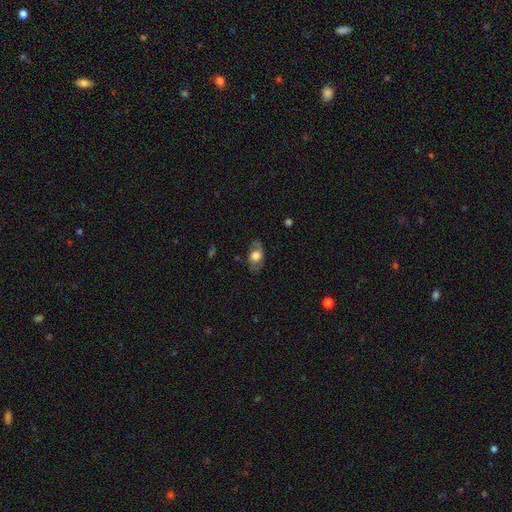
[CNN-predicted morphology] smooth-or-featured: smooth: 48% | featured or disk: 45% | star or artifact: 8%
  merging: none: 71% | minor disturbance: 19% | major disturbance: 9% | merger: 1%